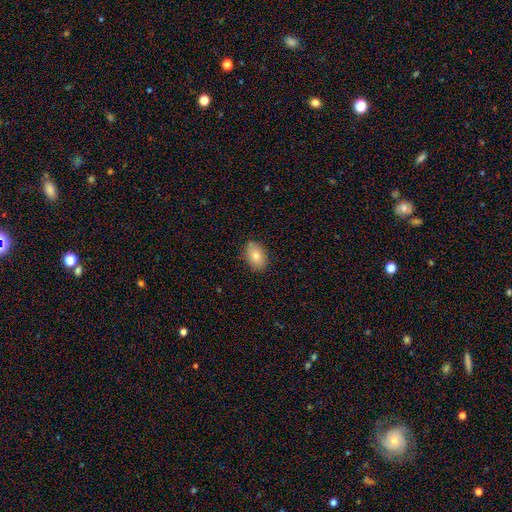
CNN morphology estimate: Q: Smooth or featured?
A: smooth (79%); runner-up: featured or disk (13%)
Q: How rounded?
A: in between (83%); runner-up: round (16%)
Q: Merging?
A: none (86%); runner-up: minor disturbance (11%)